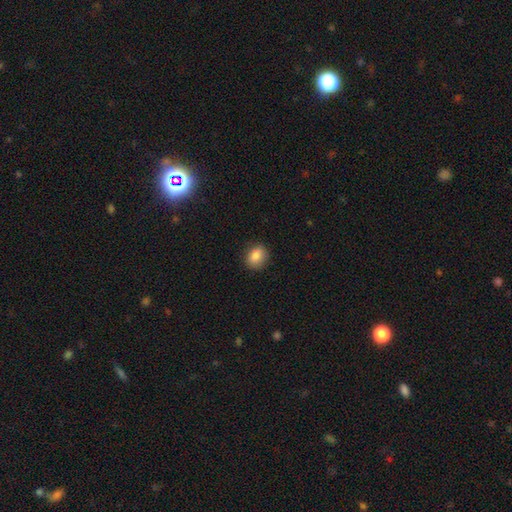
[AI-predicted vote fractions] This is clearly a smooth galaxy (85%). How rounded: possibly round (52%). Merging: clearly none (85%).